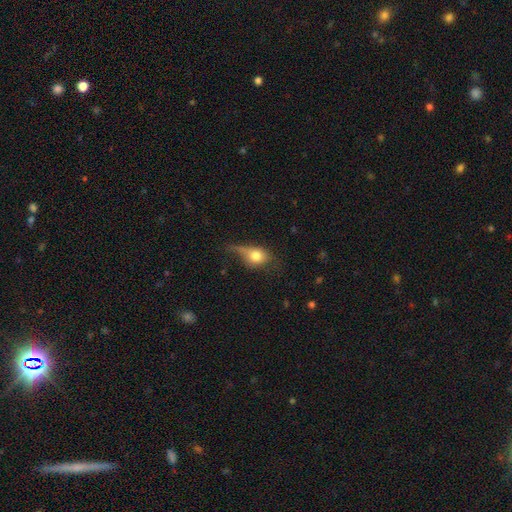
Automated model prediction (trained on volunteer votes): This is likely a smooth galaxy (69%). How rounded: possibly in between (56%). Merging: marginally major disturbance (33%).